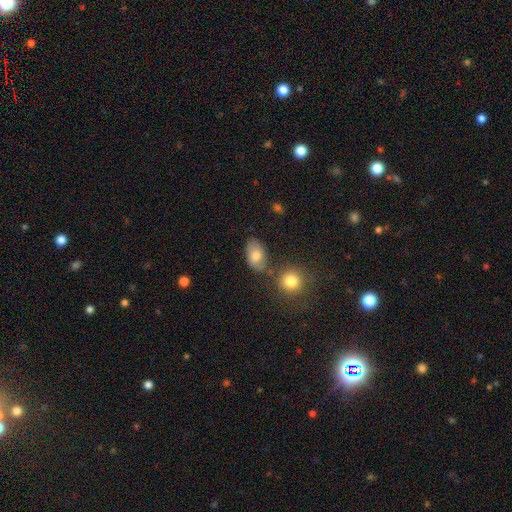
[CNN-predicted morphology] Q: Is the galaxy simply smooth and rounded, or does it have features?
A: smooth — 76%.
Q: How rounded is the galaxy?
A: in between — 86%.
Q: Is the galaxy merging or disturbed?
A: none — 66%.